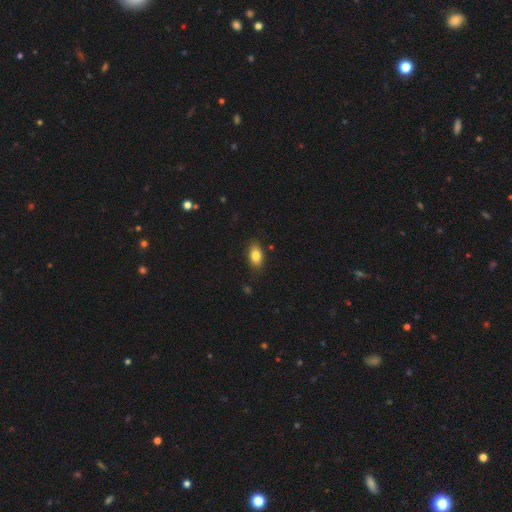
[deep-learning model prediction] A smooth galaxy with no disk features (83%) that is in between round and cigar-shaped (89%). Merging: none (85%).